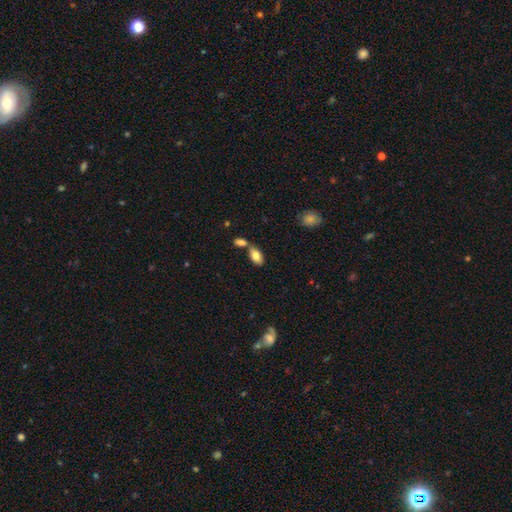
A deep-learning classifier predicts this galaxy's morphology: Smooth or featured? Predicted: smooth (p=0.81). How rounded? Predicted: in between (p=0.92). Merging? Predicted: none (p=0.53).